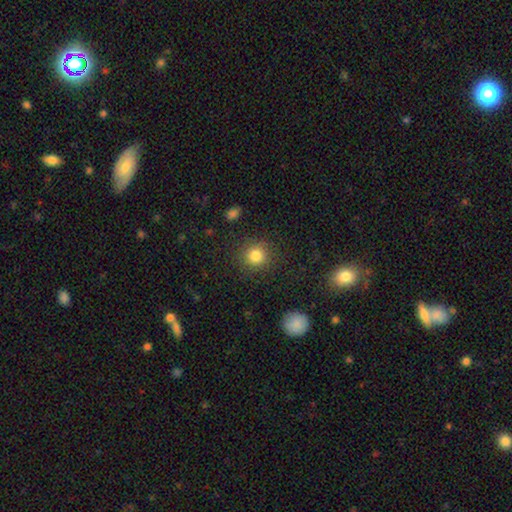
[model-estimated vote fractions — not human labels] This is clearly a smooth galaxy (83%). How rounded: clearly round (90%). Merging: clearly none (87%).